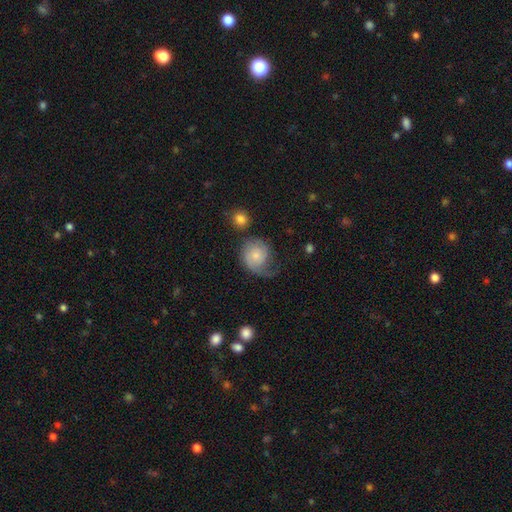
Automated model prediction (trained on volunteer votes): The model was most divided on "smooth or featured": smooth: 48%, featured or disk: 44%, star or artifact: 7%. Remaining: merging — none (37%).